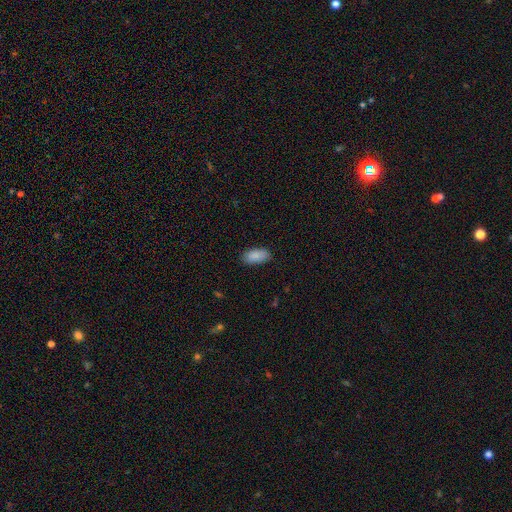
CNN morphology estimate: Overall: smooth (89%). How rounded: in between (93%). Merging: none (84%).